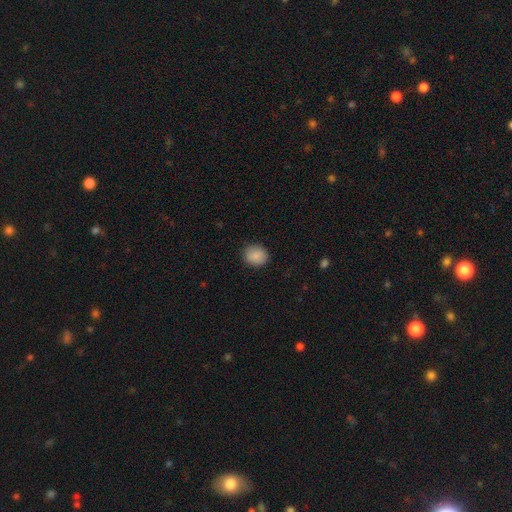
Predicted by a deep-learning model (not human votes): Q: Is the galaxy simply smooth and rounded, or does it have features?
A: smooth — 87%.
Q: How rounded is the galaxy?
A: round — 75%.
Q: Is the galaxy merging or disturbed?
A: none — 88%.